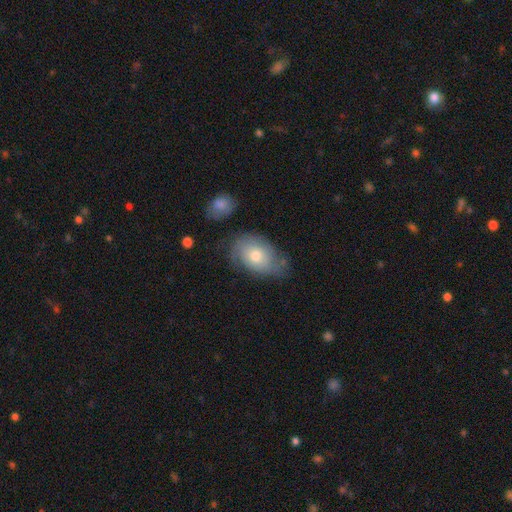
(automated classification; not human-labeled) Smooth or featured? smooth (54%)
How rounded? in between (82%)
Merging? none (56%)